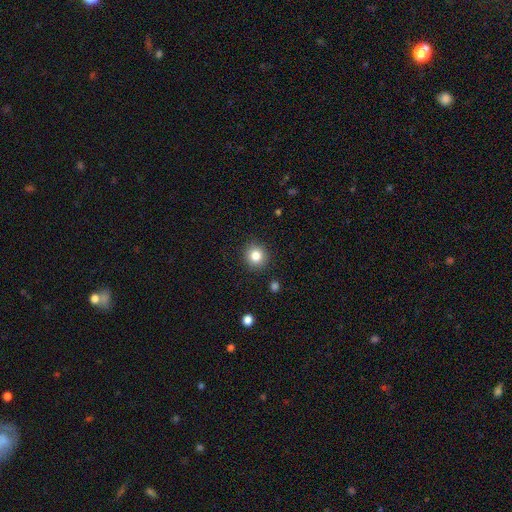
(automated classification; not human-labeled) Smooth or featured? smooth (83%)
How rounded? round (90%)
Merging? none (90%)